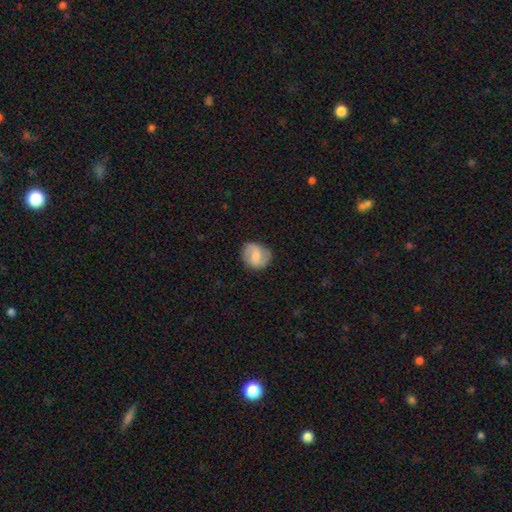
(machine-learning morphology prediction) smooth-or-featured: smooth: 48% | featured or disk: 45% | star or artifact: 7%
  merging: none: 80% | minor disturbance: 15% | major disturbance: 4% | merger: 1%